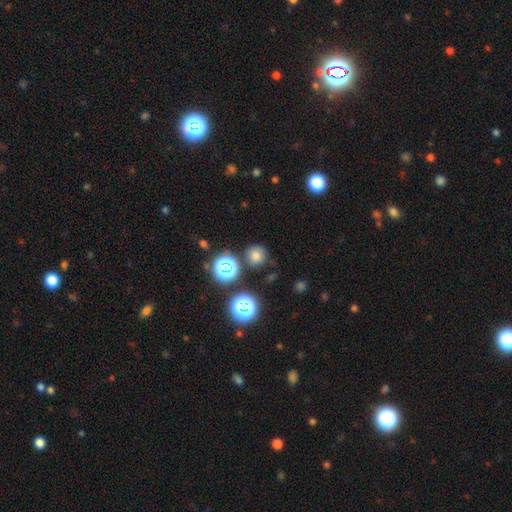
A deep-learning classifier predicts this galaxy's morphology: smooth_or_featured: smooth (p=0.70) [alt: star or artifact p=0.23]
how_rounded: round (p=0.92) [alt: in between p=0.07]
merging: none (p=0.80) [alt: minor disturbance p=0.11]